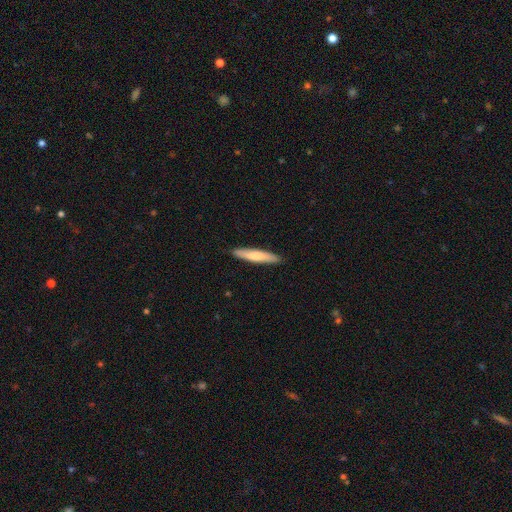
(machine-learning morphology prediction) Smooth or featured: smooth — 73% (featured or disk — 22%)
How rounded: cigar-shaped — 90% (in between — 8%)
Merging: none — 90% (minor disturbance — 8%)